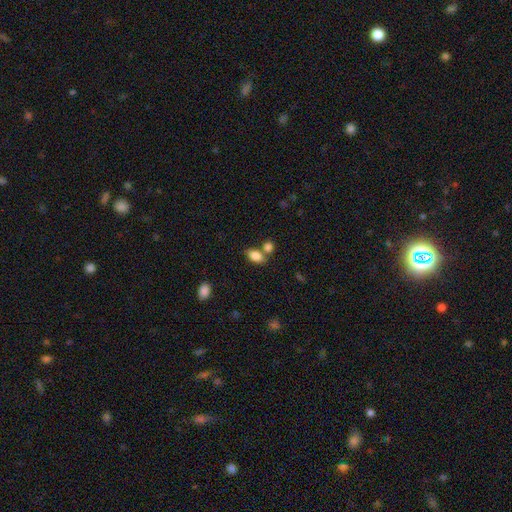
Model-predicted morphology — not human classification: smooth 84%, star or artifact 9%, featured or disk 8%. Down the decision tree: how rounded — in between (86%); merging — none (53%).